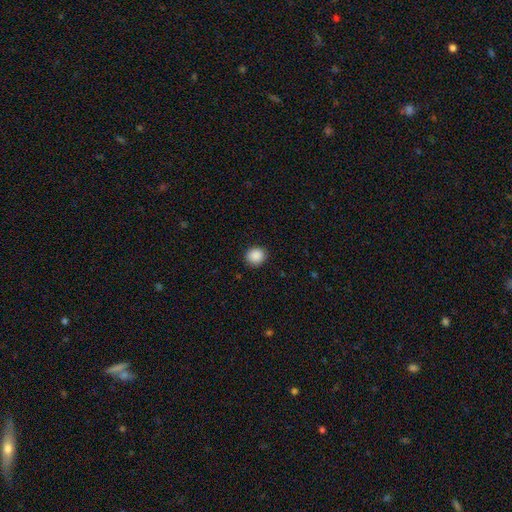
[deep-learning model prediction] smooth_or_featured: smooth (p=0.89) [alt: star or artifact p=0.08]
how_rounded: round (p=0.84) [alt: in between p=0.16]
merging: none (p=0.90) [alt: minor disturbance p=0.07]